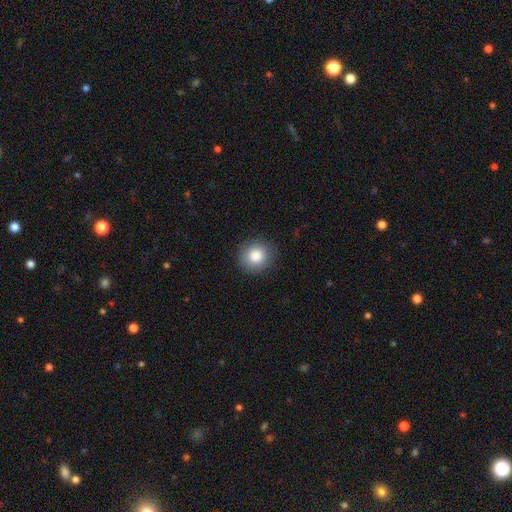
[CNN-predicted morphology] A smooth galaxy with no disk features (84%) that is round (89%). Merging: none (89%).